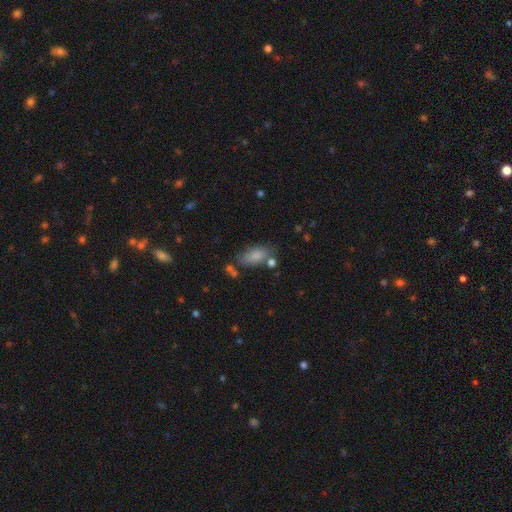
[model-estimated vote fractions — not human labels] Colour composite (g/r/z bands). It shows a smooth galaxy with no disk features (82%) that is in between round and cigar-shaped (89%). Merging: none (62%).